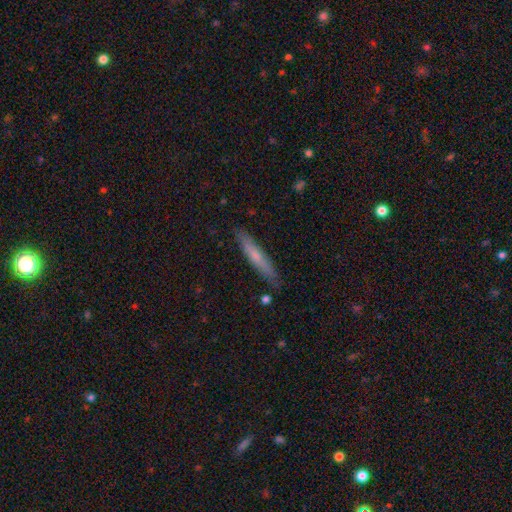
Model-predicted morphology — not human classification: smooth_or_featured: smooth (p=0.59) [alt: featured or disk p=0.35]
how_rounded: cigar-shaped (p=0.93) [alt: in between p=0.06]
merging: none (p=0.87) [alt: minor disturbance p=0.10]